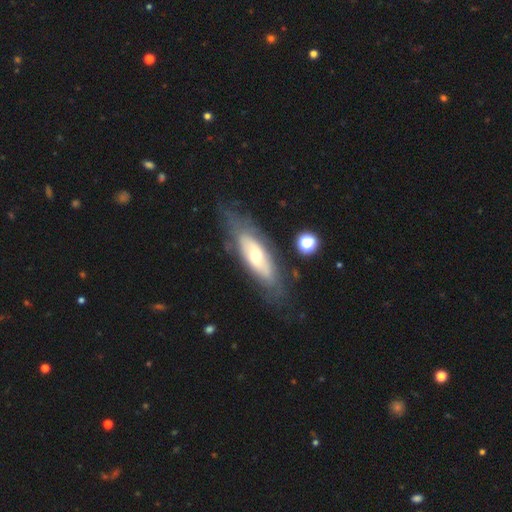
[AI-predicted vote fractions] Smooth or featured? Predicted: featured or disk (p=0.61). Edge-on disk? Predicted: no (p=0.72). Merging? Predicted: none (p=0.67).